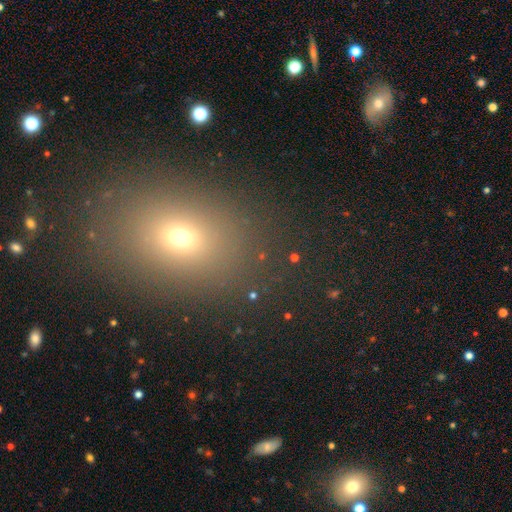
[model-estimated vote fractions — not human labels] Smooth or featured: smooth — 62% (star or artifact — 26%)
How rounded: in between — 62% (round — 36%)
Merging: none — 85% (minor disturbance — 8%)